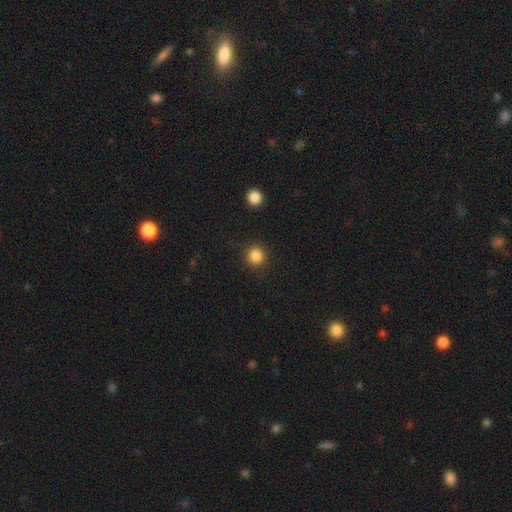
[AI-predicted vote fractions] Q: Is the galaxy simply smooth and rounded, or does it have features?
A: smooth — 86%.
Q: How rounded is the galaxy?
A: round — 94%.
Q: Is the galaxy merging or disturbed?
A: none — 89%.